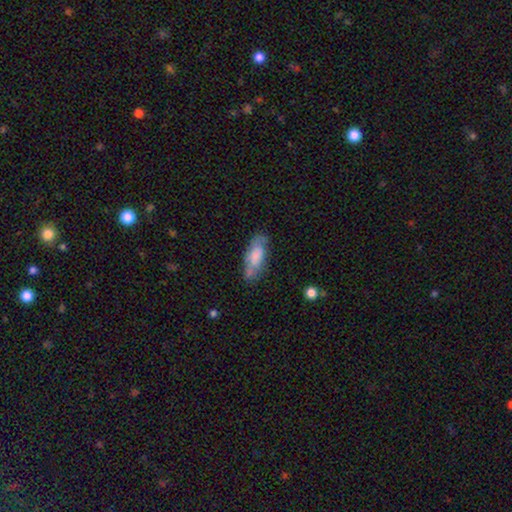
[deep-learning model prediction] Q: Smooth or featured?
A: smooth (67%); runner-up: featured or disk (26%)
Q: How rounded?
A: in between (75%); runner-up: cigar-shaped (23%)
Q: Merging?
A: none (58%); runner-up: minor disturbance (26%)